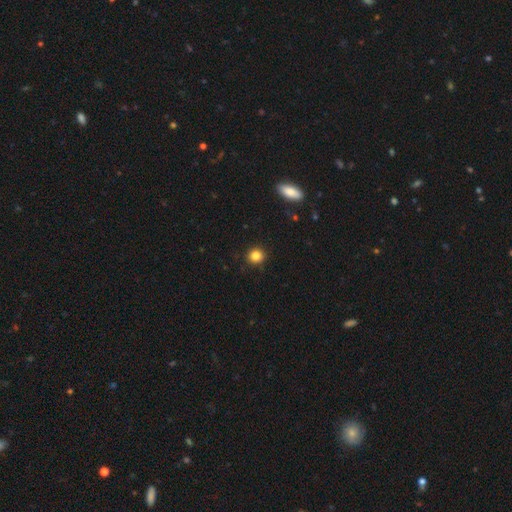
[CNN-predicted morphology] A smooth galaxy with no disk features (84%) that is round (89%). Merging: none (91%).